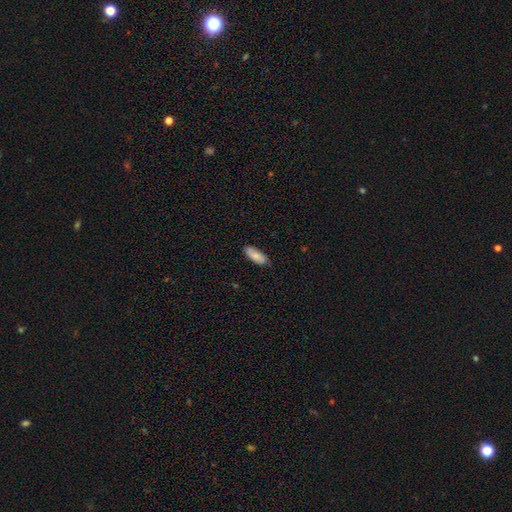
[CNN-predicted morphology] Q: Smooth or featured?
A: smooth (80%); runner-up: featured or disk (14%)
Q: How rounded?
A: in between (78%); runner-up: cigar-shaped (20%)
Q: Merging?
A: none (83%); runner-up: minor disturbance (14%)